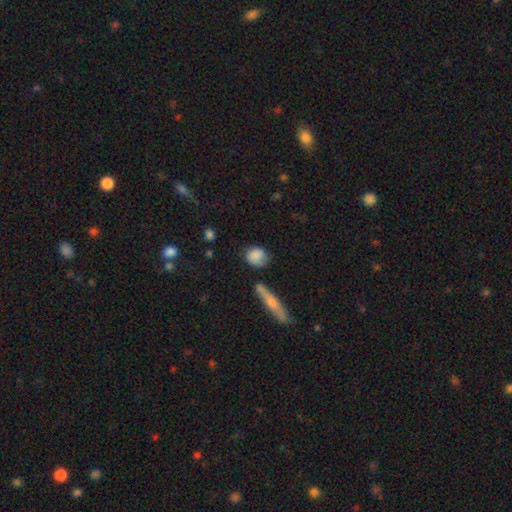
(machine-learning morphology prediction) Smooth or featured?
  - smooth: 76% *
  - featured or disk: 16%
  - star or artifact: 8%
How rounded?
  - round: 63% *
  - in between: 34%
  - cigar-shaped: 4%
Merging?
  - none: 65% *
  - minor disturbance: 23%
  - major disturbance: 6%
  - merger: 5%